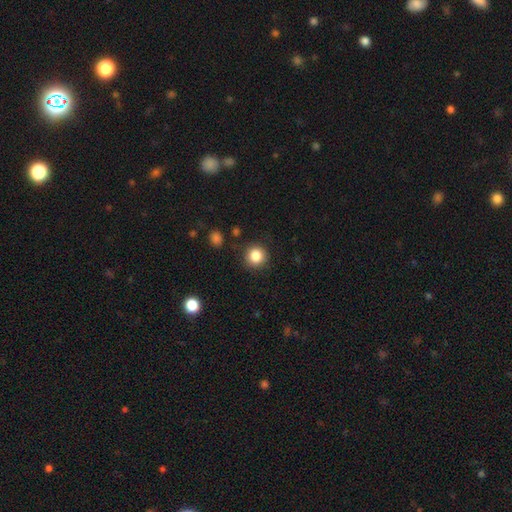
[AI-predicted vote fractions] Smooth or featured? smooth (84%)
How rounded? round (94%)
Merging? none (89%)